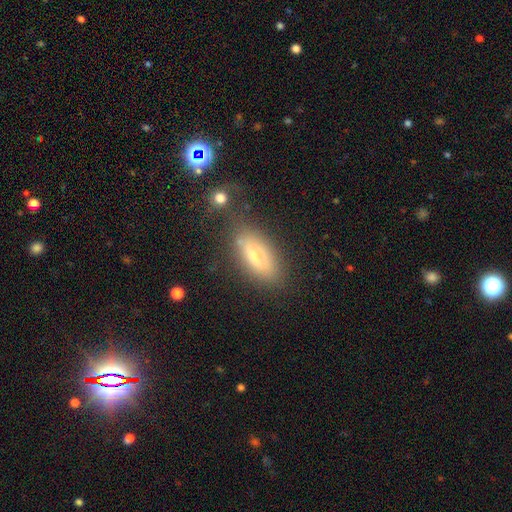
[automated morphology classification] Smooth or featured?
  - smooth: 62% *
  - featured or disk: 29%
  - star or artifact: 9%
How rounded?
  - in between: 76% *
  - cigar-shaped: 20%
  - round: 3%
Merging?
  - none: 68% *
  - minor disturbance: 18%
  - merger: 7%
  - major disturbance: 7%